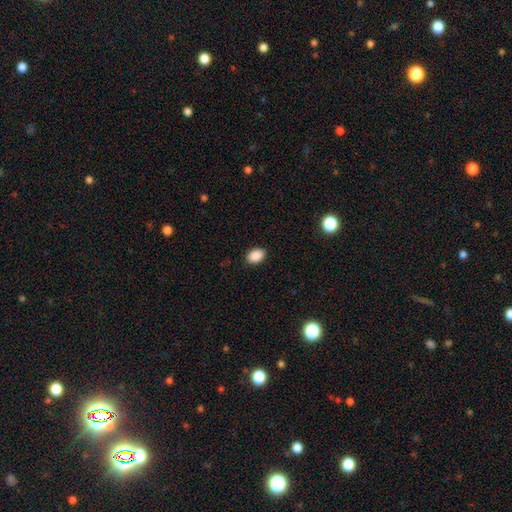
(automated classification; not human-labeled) A smooth galaxy with no disk features (90%) that is in between round and cigar-shaped (82%).

Vote fractions:
- Smooth or featured? smooth: 90% / star or artifact: 8% / featured or disk: 3%
- How rounded? in between: 82% / round: 17% / cigar-shaped: 1%
- Merging? none: 89% / minor disturbance: 8% / major disturbance: 2% / merger: 1%